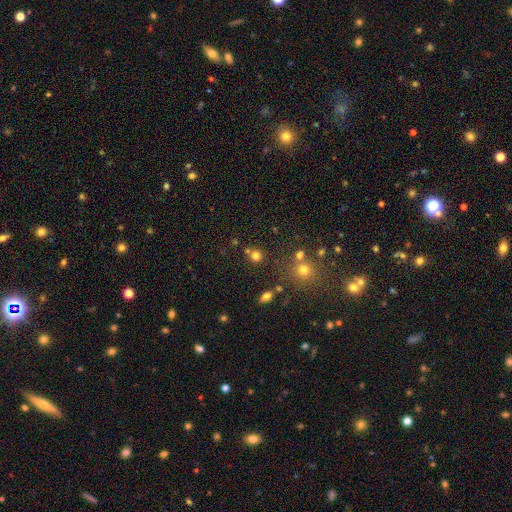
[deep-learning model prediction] This appears to be a smooth galaxy with no disk features (73%) that is round (89%). Merging: none (69%).